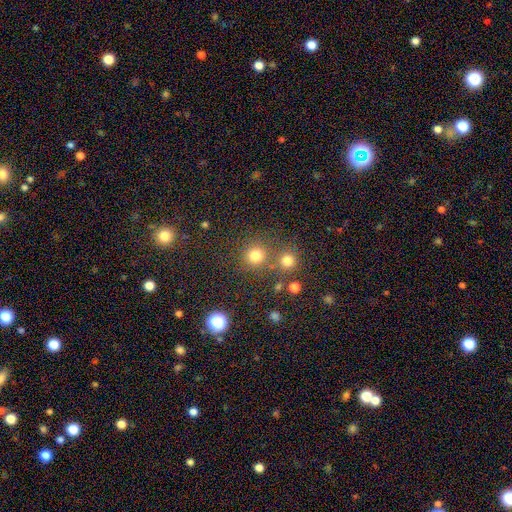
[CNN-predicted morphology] smooth_or_featured: smooth (p=0.78) [alt: star or artifact p=0.16]
how_rounded: round (p=0.90) [alt: in between p=0.09]
merging: none (p=0.69) [alt: merger p=0.19]